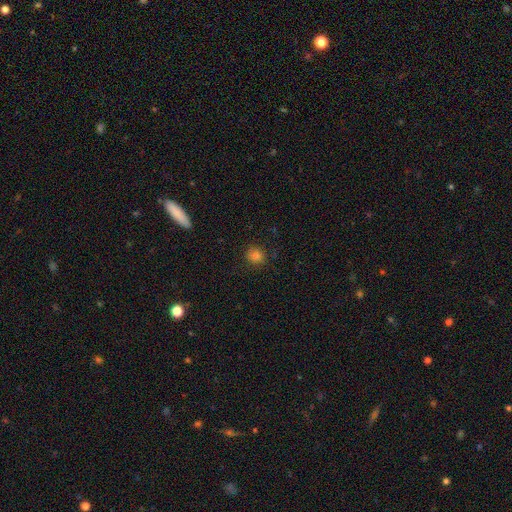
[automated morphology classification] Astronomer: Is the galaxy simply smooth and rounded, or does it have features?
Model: smooth — 80%.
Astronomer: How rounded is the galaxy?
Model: round — 87%.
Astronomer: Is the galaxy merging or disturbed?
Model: none — 86%.